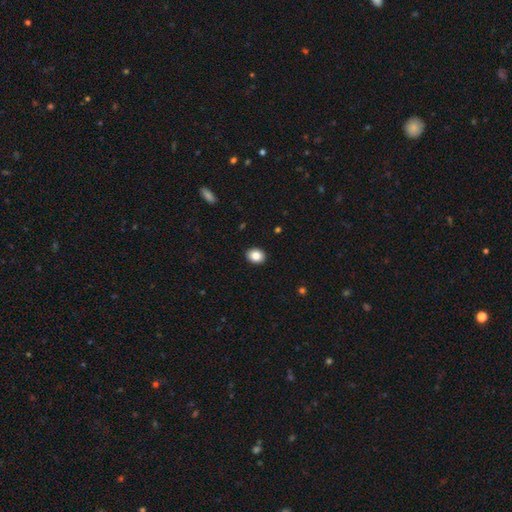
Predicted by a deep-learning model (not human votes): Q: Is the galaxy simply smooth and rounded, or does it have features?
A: smooth — 85%.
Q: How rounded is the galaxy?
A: in between — 54%.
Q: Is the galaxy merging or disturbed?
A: none — 91%.